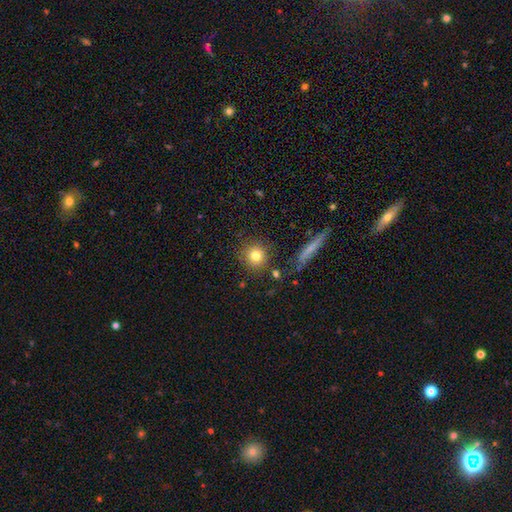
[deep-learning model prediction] Smooth or featured? smooth (78%)
How rounded? round (92%)
Merging? none (83%)